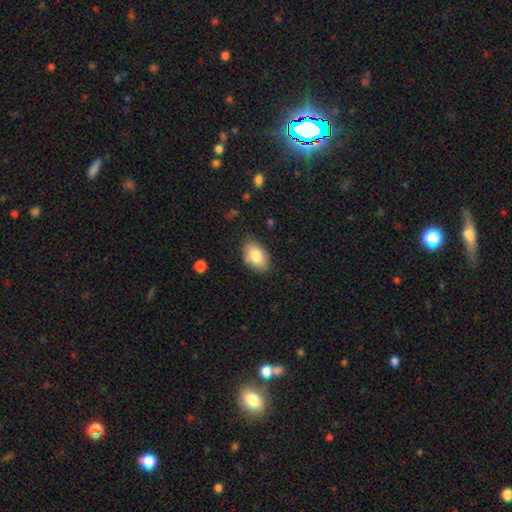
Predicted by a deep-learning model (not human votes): Q: Smooth or featured?
A: smooth (81%); runner-up: featured or disk (12%)
Q: How rounded?
A: in between (90%); runner-up: round (9%)
Q: Merging?
A: none (79%); runner-up: minor disturbance (16%)